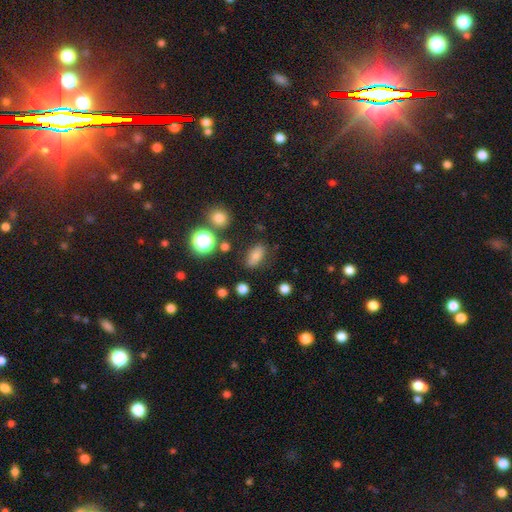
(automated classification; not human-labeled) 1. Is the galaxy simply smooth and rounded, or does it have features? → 74% smooth, 15% star or artifact, 11% featured or disk.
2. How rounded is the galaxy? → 81% in between, 12% round, 7% cigar-shaped.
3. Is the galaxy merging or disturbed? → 78% none, 14% minor disturbance, 4% major disturbance, 4% merger.